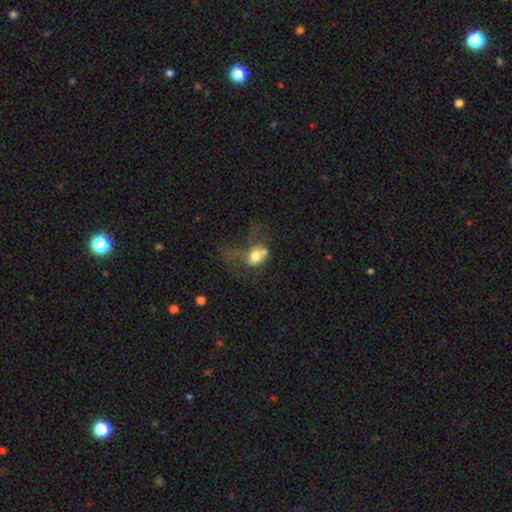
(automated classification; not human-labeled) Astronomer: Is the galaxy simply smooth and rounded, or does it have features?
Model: smooth — 62%.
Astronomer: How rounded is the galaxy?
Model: in between — 62%.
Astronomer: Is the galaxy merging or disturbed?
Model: major disturbance — 48%.